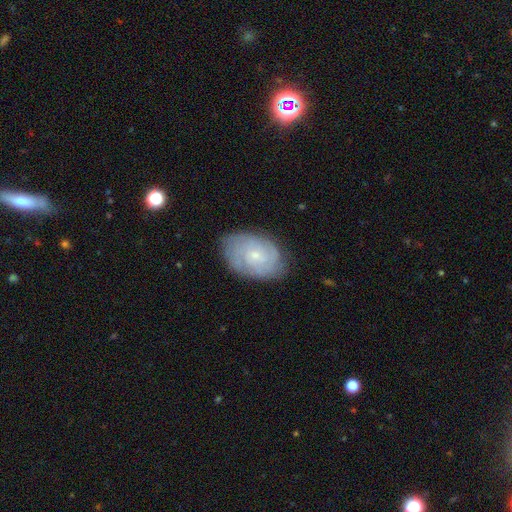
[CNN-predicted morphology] type=featured or disk (69%); edge-on=no (97%); bar=no (75%); spiral arms=yes (89%); winding=tight (70%); arm count=can't tell (50%); bulge=small (77%); merging=none (77%).